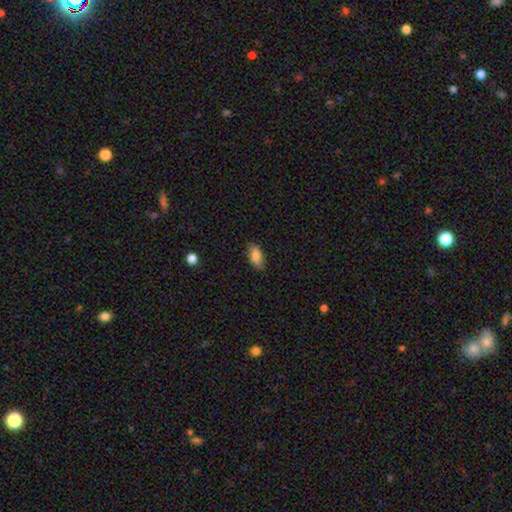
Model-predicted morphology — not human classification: smooth_or_featured: smooth (p=0.85) [alt: featured or disk p=0.08]
how_rounded: in between (p=0.90) [alt: cigar-shaped p=0.07]
merging: none (p=0.85) [alt: minor disturbance p=0.12]